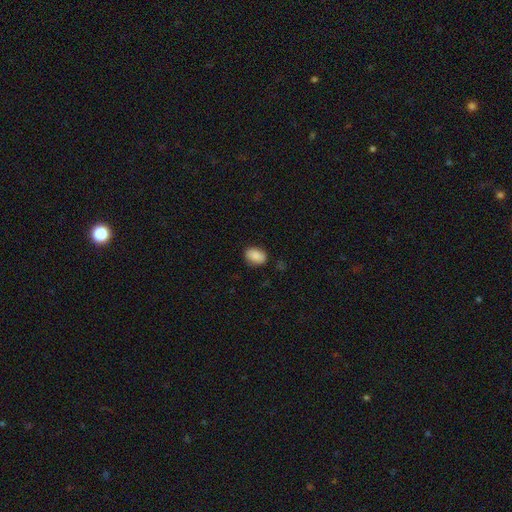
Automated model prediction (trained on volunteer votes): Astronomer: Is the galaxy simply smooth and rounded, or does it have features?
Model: smooth — 88%.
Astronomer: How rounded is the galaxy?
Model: in between — 79%.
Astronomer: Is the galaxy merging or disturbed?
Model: none — 82%.